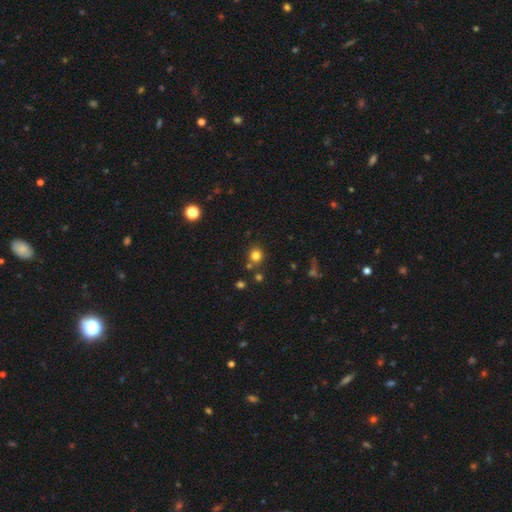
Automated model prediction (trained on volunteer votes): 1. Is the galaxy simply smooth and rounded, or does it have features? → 79% smooth, 15% star or artifact, 6% featured or disk.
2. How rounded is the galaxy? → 89% round, 10% in between, 1% cigar-shaped.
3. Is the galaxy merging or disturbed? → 78% none, 11% merger, 9% minor disturbance, 3% major disturbance.